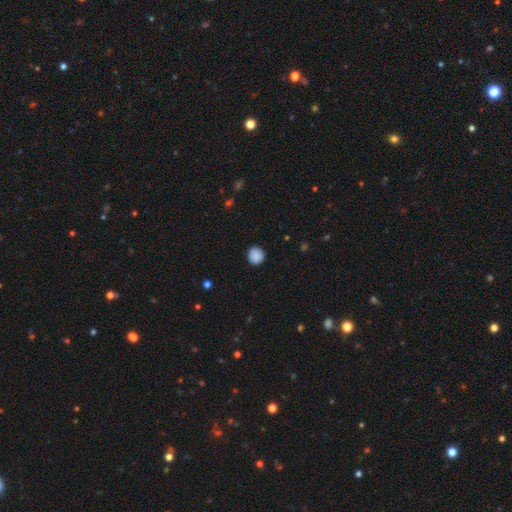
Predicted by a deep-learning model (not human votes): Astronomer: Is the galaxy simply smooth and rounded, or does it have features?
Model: smooth — 88%.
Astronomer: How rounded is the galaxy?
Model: round — 89%.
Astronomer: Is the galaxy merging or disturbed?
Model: none — 89%.